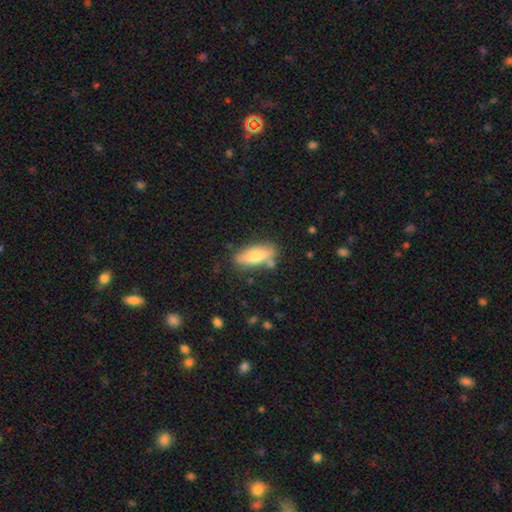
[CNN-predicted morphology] smooth_or_featured: smooth (p=0.67) [alt: featured or disk p=0.26]
how_rounded: in between (p=0.64) [alt: cigar-shaped p=0.33]
merging: none (p=0.76) [alt: minor disturbance p=0.15]